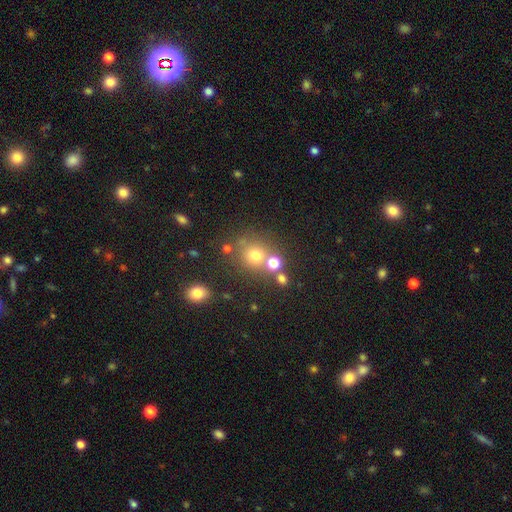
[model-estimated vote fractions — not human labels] smooth_or_featured: smooth (p=0.68) [alt: star or artifact p=0.21]
how_rounded: round (p=0.86) [alt: in between p=0.13]
merging: none (p=0.65) [alt: merger p=0.20]